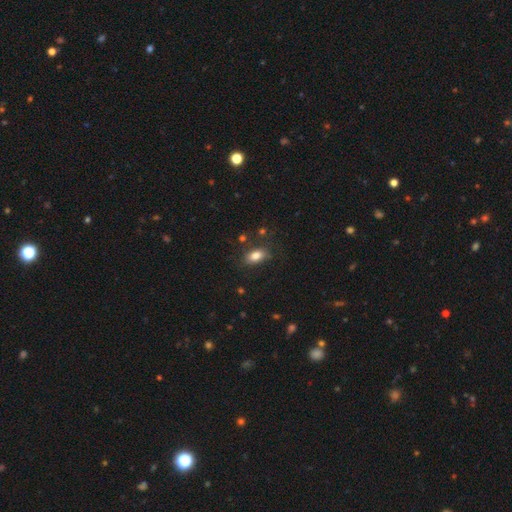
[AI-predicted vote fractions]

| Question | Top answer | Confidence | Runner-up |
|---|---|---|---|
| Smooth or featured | smooth | 82% | star or artifact (9%) |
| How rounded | in between | 88% | round (7%) |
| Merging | none | 77% | minor disturbance (15%) |